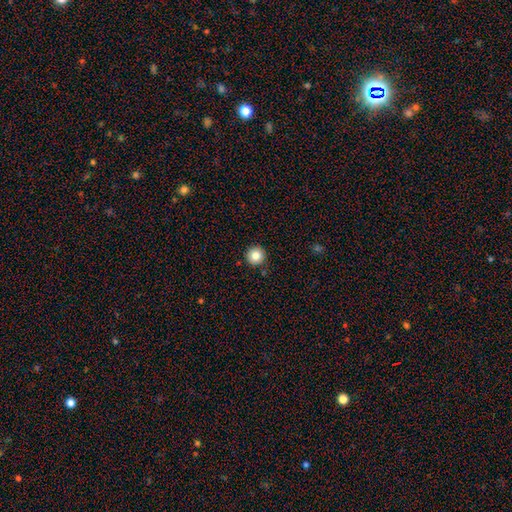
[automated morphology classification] A smooth galaxy with no disk features (82%) that is round (96%). Merging: none (91%).